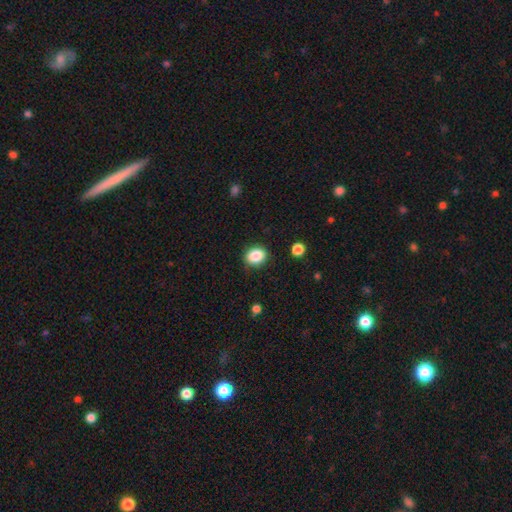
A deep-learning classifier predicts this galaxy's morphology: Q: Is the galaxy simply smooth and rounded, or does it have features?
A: smooth — 87%.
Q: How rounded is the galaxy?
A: in between — 52%.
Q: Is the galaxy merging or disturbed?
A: none — 86%.